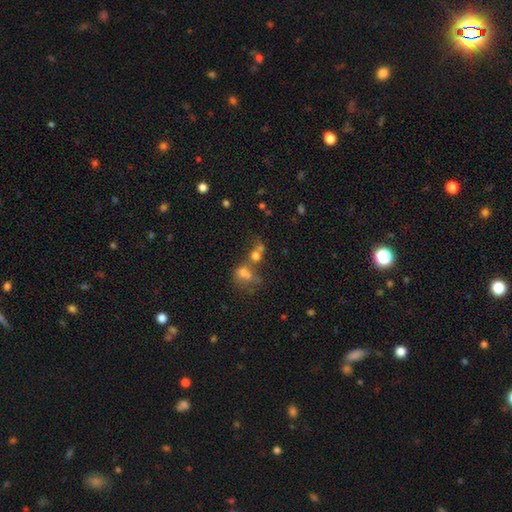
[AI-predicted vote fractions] smooth_or_featured: smooth (p=0.60) [alt: star or artifact p=0.20]
how_rounded: round (p=0.56) [alt: in between p=0.41]
merging: merger (p=0.55) [alt: none p=0.25]